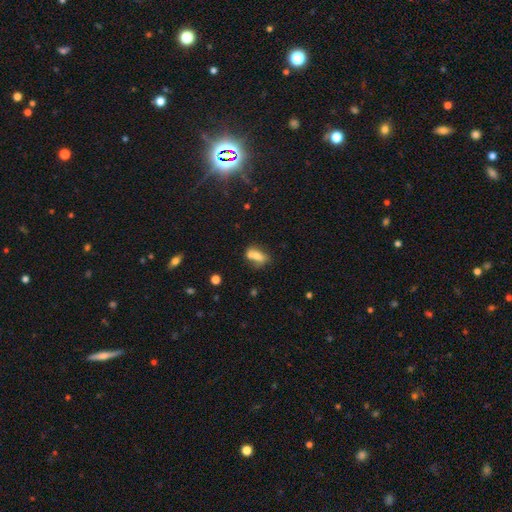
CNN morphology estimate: smooth 67%, featured or disk 22%, star or artifact 11%. Down the decision tree: how rounded — in between (76%); merging — none (41%).